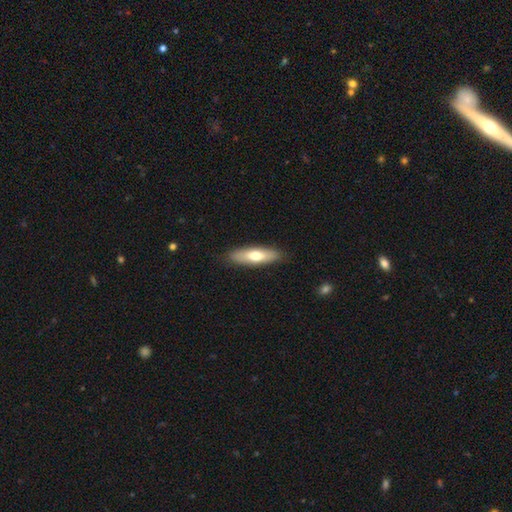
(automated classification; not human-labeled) Smooth or featured?
  - smooth: 66% *
  - featured or disk: 28%
  - star or artifact: 6%
How rounded?
  - cigar-shaped: 56% *
  - in between: 42%
  - round: 2%
Merging?
  - none: 87% *
  - minor disturbance: 10%
  - major disturbance: 2%
  - merger: 1%